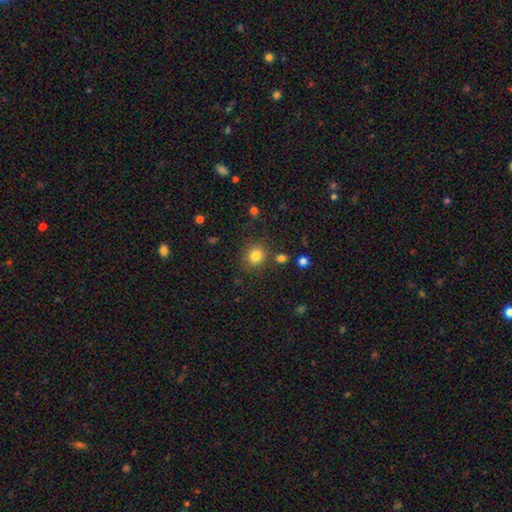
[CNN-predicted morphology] Smooth or featured? smooth (82%)
How rounded? round (72%)
Merging? none (80%)